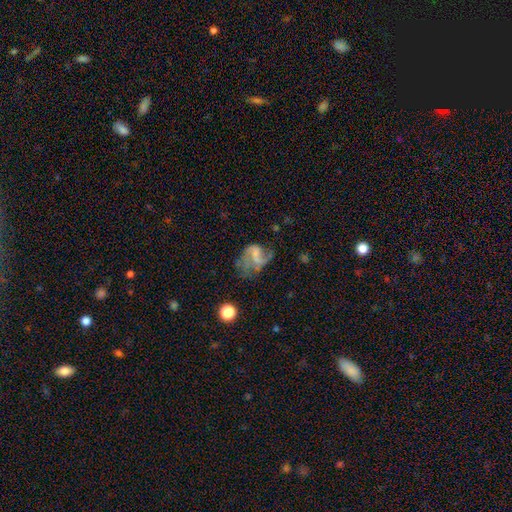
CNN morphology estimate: Smooth or featured?
  - featured or disk: 57% *
  - smooth: 30%
  - star or artifact: 12%
Edge-on disk?
  - no: 98% *
  - yes: 2%
Bar?
  - no: 56% *
  - weak: 33%
  - strong: 11%
Spiral arms?
  - yes: 61% *
  - no: 39%
Bulge size?
  - none: 60% *
  - small: 23%
  - moderate: 13%
  - large: 4%
  - dominant: 1%
Merging?
  - major disturbance: 44% *
  - none: 28%
  - minor disturbance: 21%
  - merger: 7%